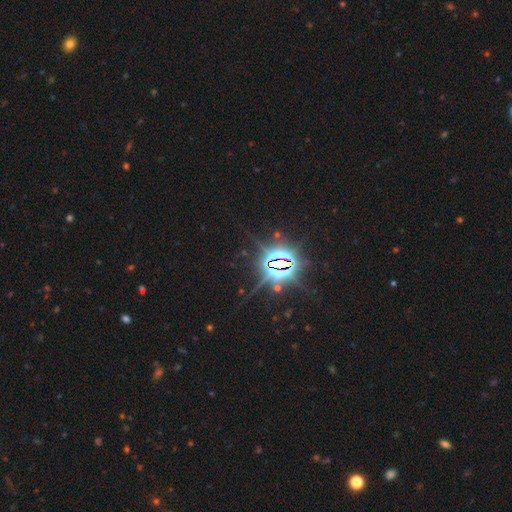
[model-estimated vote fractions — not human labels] Smooth or featured? star or artifact (87%)